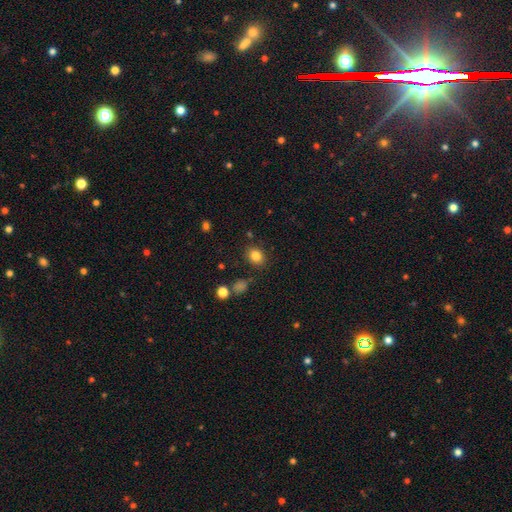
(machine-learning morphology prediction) Smooth or featured? Predicted: smooth (p=0.83). How rounded? Predicted: in between (p=0.51). Merging? Predicted: none (p=0.82).